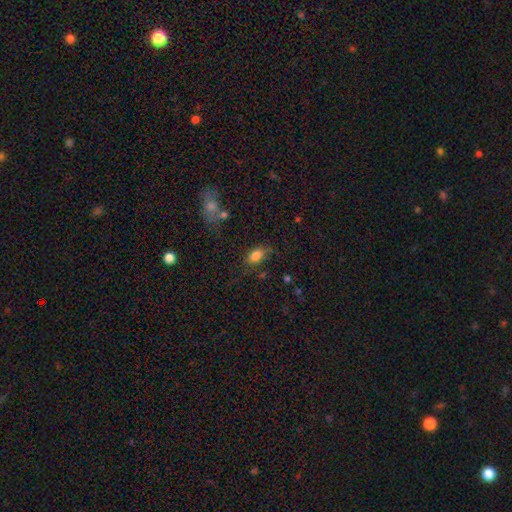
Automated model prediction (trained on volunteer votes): smooth 82%, star or artifact 9%, featured or disk 8%. Down the decision tree: how rounded — in between (87%); merging — none (65%).